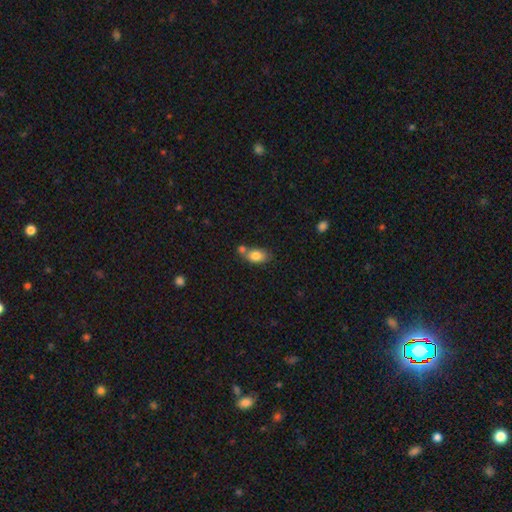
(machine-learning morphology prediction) smooth_or_featured: smooth (p=0.81) [alt: featured or disk p=0.11]
how_rounded: in between (p=0.83) [alt: round p=0.14]
merging: none (p=0.45) [alt: merger p=0.36]